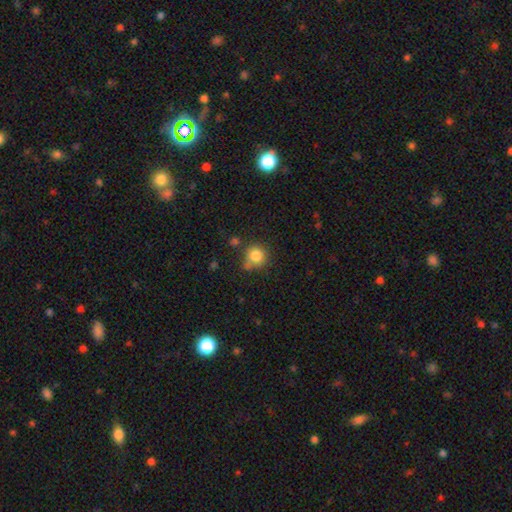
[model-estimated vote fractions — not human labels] This appears to be a smooth galaxy with no disk features (82%) that is round (89%). Merging: none (64%).